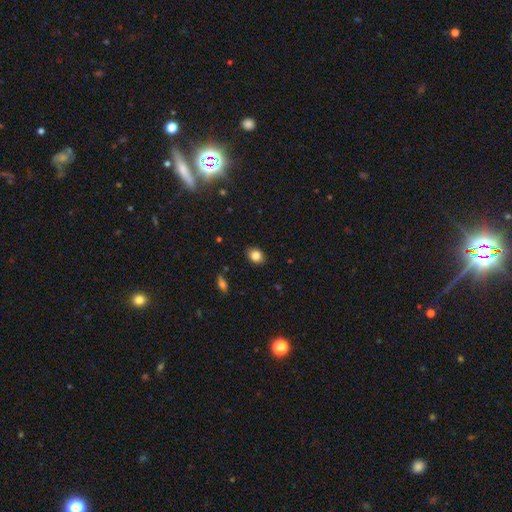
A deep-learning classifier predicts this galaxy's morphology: smooth_or_featured: smooth (p=0.83) [alt: star or artifact p=0.10]
how_rounded: in between (p=0.57) [alt: round p=0.42]
merging: none (p=0.87) [alt: minor disturbance p=0.09]